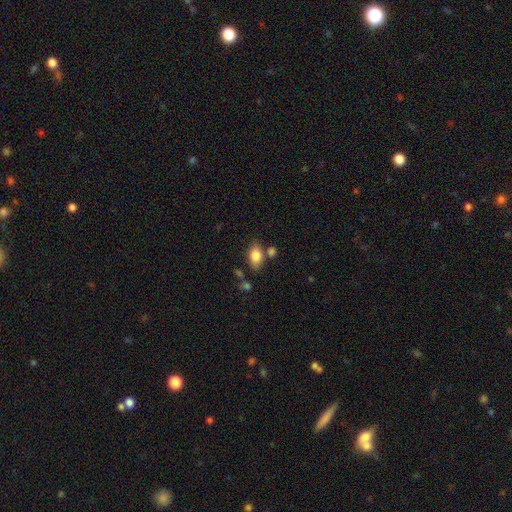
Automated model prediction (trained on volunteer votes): smooth 82%, featured or disk 10%, star or artifact 8%. Down the decision tree: how rounded — in between (86%); merging — none (70%).